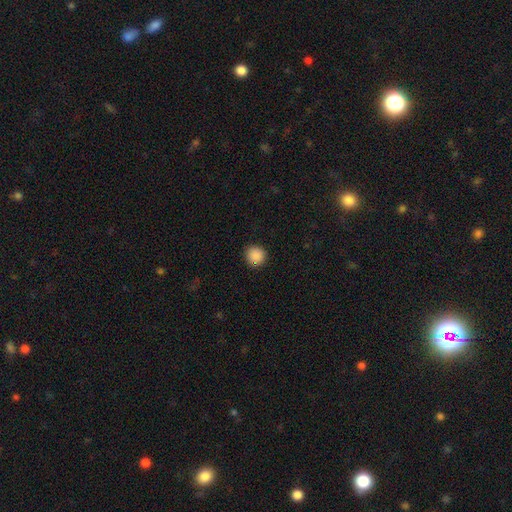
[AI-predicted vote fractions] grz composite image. It shows a smooth galaxy with no disk features (88%) that is round (92%). Merging: none (90%).